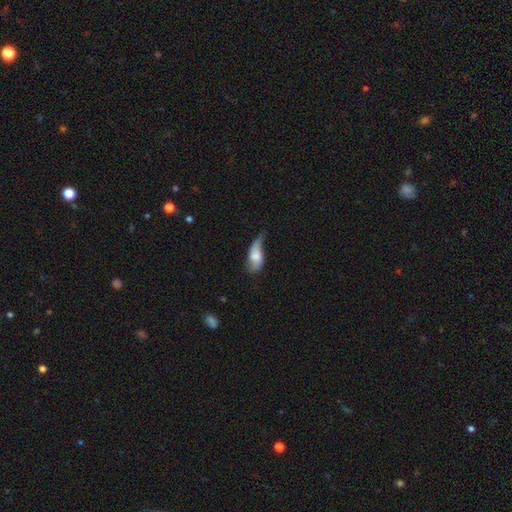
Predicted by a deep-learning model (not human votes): The model was most divided on "merging": minor disturbance: 42%, major disturbance: 27%, none: 27%, merger: 4%. More confident: how rounded — in between (85%); smooth or featured — smooth (60%).